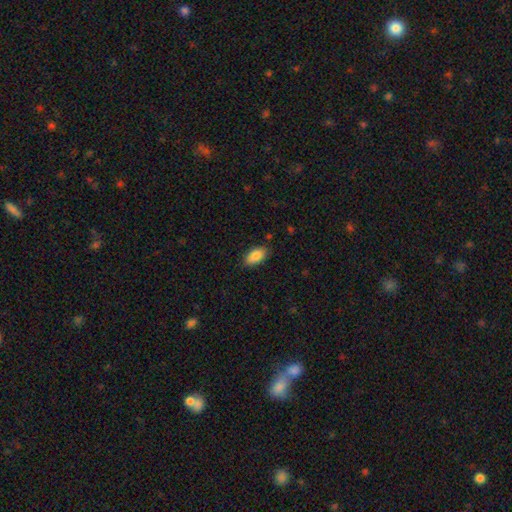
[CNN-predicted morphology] This appears to be a smooth galaxy with no disk features (86%) that is in between round and cigar-shaped (93%). Merging: none (83%).